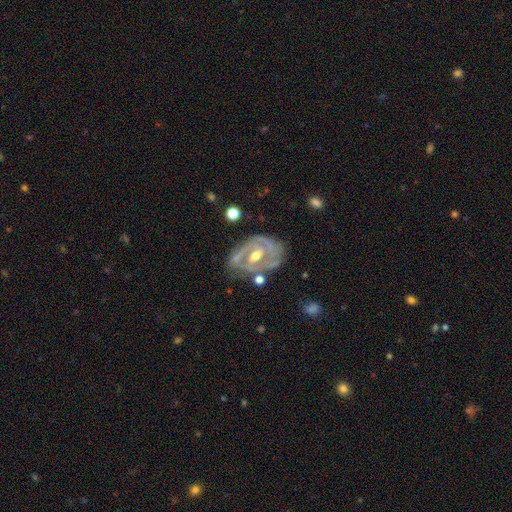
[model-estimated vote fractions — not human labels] Smooth or featured?
  - featured or disk: 87% *
  - smooth: 8%
  - star or artifact: 5%
Edge-on disk?
  - no: 96% *
  - yes: 4%
Bar?
  - weak: 43% *
  - strong: 29%
  - no: 28%
Spiral arms?
  - yes: 89% *
  - no: 11%
Spiral winding?
  - tight: 57% *
  - medium: 34%
  - loose: 8%
Spiral arm count?
  - 2: 49% *
  - can't tell: 19%
  - 3: 19%
  - 1: 6%
  - 4: 4%
  - more than 4: 3%
Bulge size?
  - moderate: 67% *
  - small: 29%
  - large: 3%
  - none: 1%
  - dominant: 1%
Merging?
  - none: 61% *
  - minor disturbance: 24%
  - major disturbance: 11%
  - merger: 4%